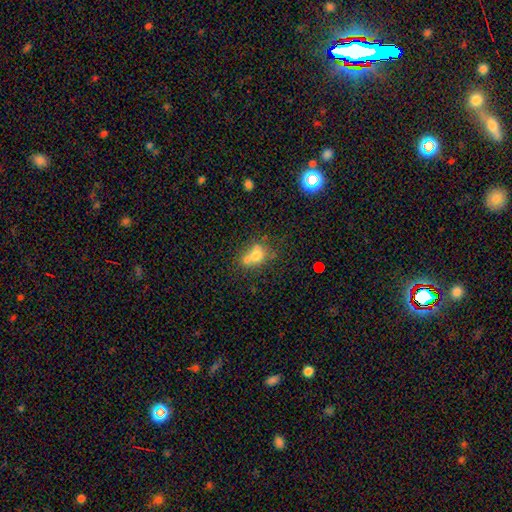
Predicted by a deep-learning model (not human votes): smooth_or_featured: smooth (p=0.67) [alt: featured or disk p=0.20]
how_rounded: in between (p=0.56) [alt: round p=0.41]
merging: merger (p=0.39) [alt: none p=0.35]